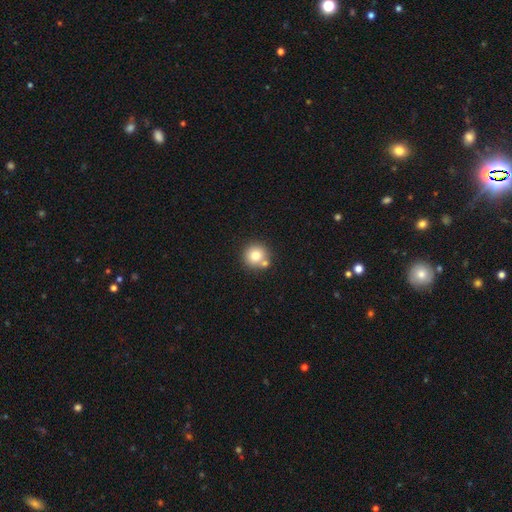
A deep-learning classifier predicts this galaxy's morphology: Overall: smooth (77%). How rounded: round (93%). Merging: none (68%).